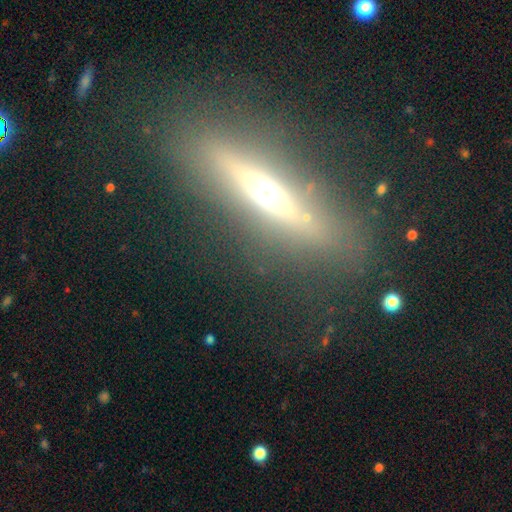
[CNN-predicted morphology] This appears to be a featured or disk galaxy (68%) viewed edge-on (89%) with a rounded central bulge (84%). Merging: none (80%).